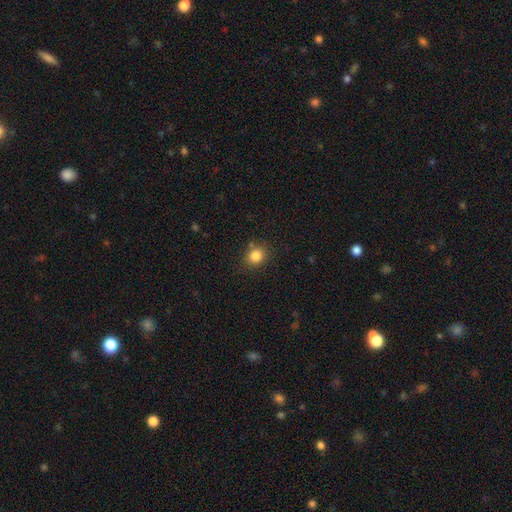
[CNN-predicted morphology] type=smooth (83%); roundness=round (70%); merging=none (81%).